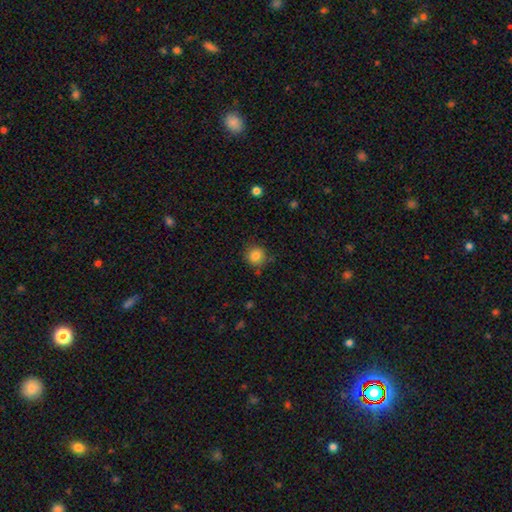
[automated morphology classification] A smooth galaxy with no disk features (84%) that is round (90%).

Vote fractions:
- Smooth or featured? smooth: 84% / star or artifact: 11% / featured or disk: 5%
- How rounded? round: 90% / in between: 10% / cigar-shaped: 1%
- Merging? none: 82% / minor disturbance: 13% / major disturbance: 3% / merger: 3%